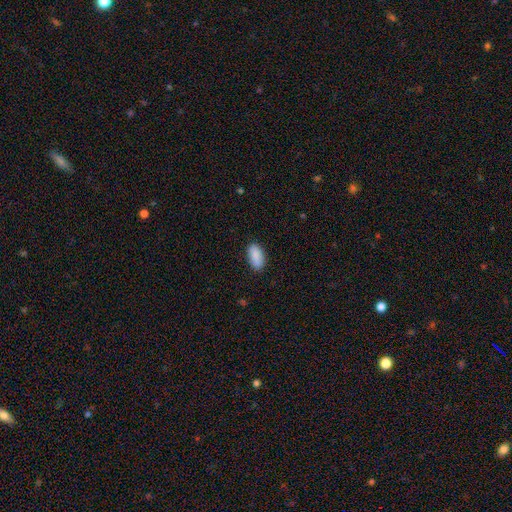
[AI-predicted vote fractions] This is clearly a smooth galaxy (90%). How rounded: clearly in between (91%). Merging: clearly none (87%).